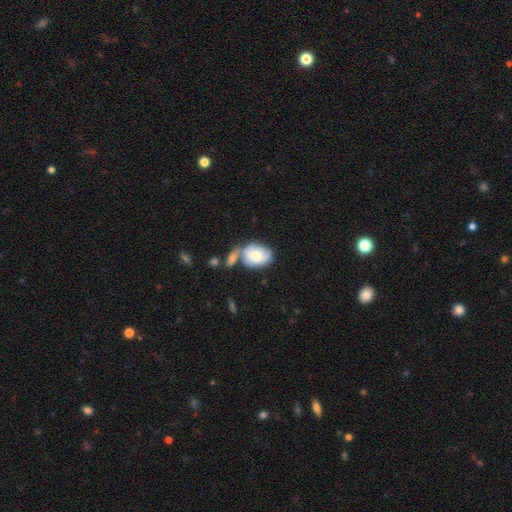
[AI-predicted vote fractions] Smooth or featured: smooth — 54% (featured or disk — 39%)
How rounded: in between — 66% (round — 32%)
Merging: none — 38% (merger — 30%)